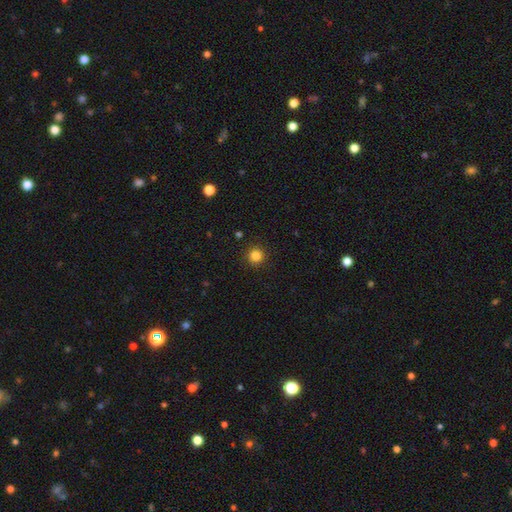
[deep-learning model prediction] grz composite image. It shows a smooth galaxy with no disk features (83%) that is round (95%). Merging: none (92%).